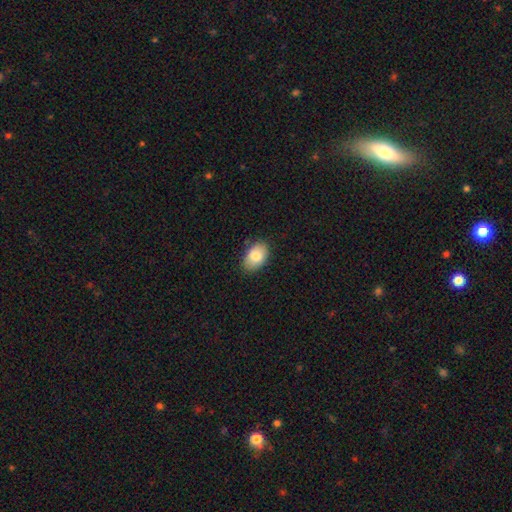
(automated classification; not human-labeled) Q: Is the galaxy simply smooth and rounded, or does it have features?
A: smooth — 81%.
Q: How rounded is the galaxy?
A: in between — 87%.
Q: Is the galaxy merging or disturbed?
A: none — 85%.